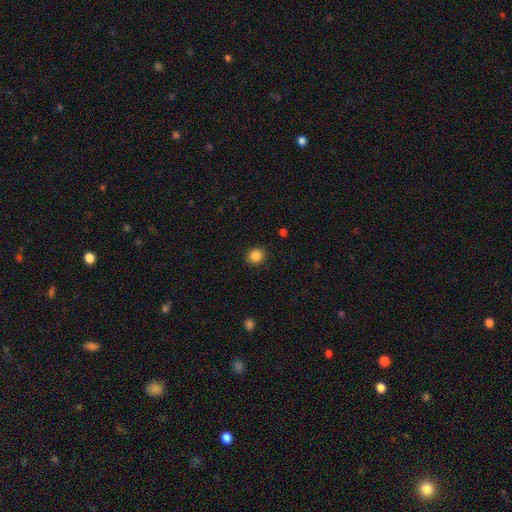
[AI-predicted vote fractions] This appears to be a smooth galaxy with no disk features (86%) that is round (84%). Merging: none (90%).